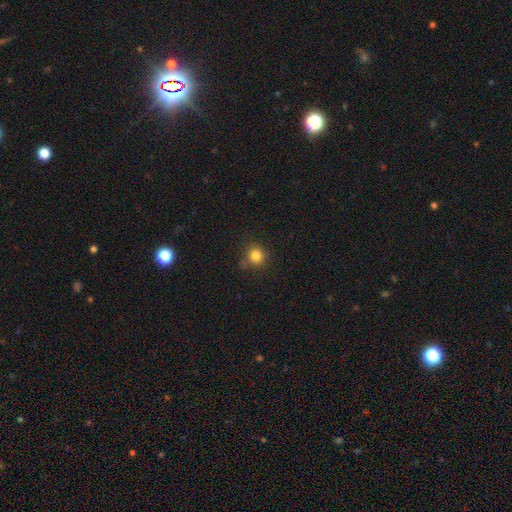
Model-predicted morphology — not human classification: This appears to be a smooth galaxy with no disk features (82%) that is round (90%). Merging: none (79%).